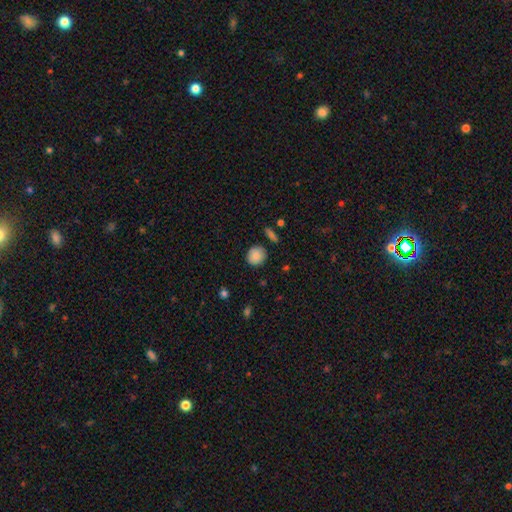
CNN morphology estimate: The model was most divided on "merging": none: 84%, minor disturbance: 11%, major disturbance: 2%, merger: 2%. More confident: how rounded — round (88%); smooth or featured — smooth (87%).